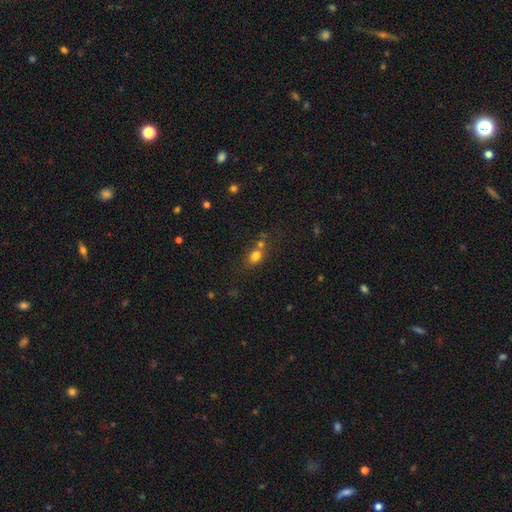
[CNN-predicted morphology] smooth_or_featured: smooth (p=0.78) [alt: star or artifact p=0.14]
how_rounded: in between (p=0.59) [alt: round p=0.39]
merging: none (p=0.53) [alt: merger p=0.29]